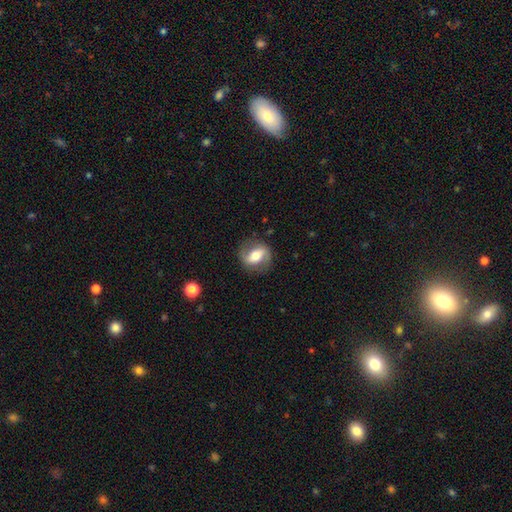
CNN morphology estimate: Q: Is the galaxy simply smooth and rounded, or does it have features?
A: featured or disk — 53%.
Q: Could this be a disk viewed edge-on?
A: no — 92%.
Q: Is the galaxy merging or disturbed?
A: none — 81%.